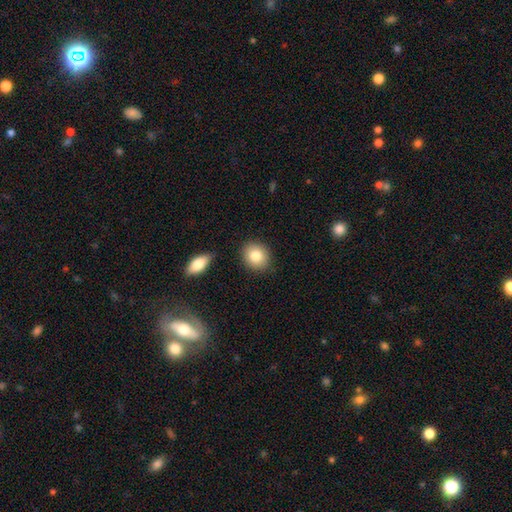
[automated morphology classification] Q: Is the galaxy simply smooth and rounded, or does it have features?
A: smooth — 81%.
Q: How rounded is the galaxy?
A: round — 69%.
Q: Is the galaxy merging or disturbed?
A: none — 86%.